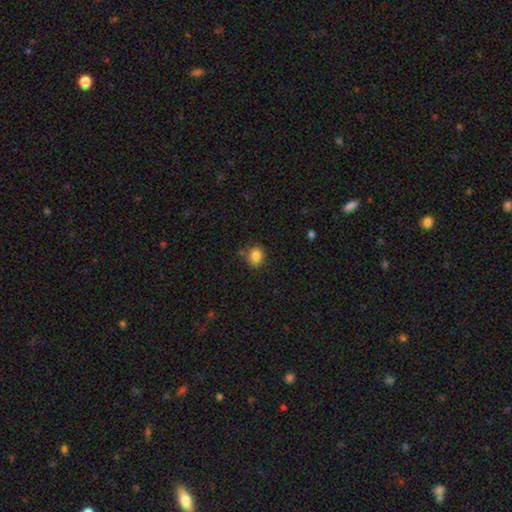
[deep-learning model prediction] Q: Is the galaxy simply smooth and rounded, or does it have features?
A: smooth — 84%.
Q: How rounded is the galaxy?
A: round — 71%.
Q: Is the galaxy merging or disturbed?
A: none — 79%.